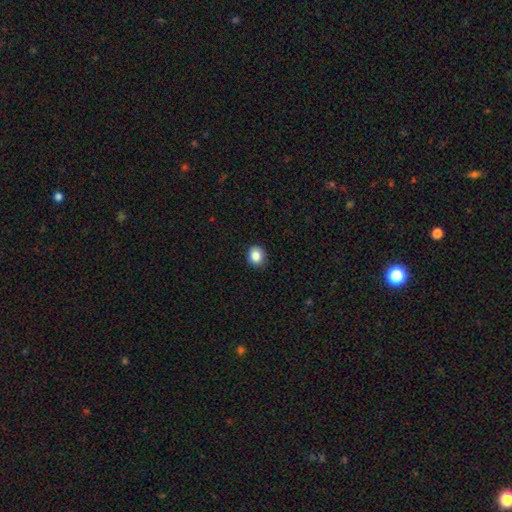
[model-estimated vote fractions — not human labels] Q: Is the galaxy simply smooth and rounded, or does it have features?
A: smooth — 86%.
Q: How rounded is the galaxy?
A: round — 73%.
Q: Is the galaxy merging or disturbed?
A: none — 87%.